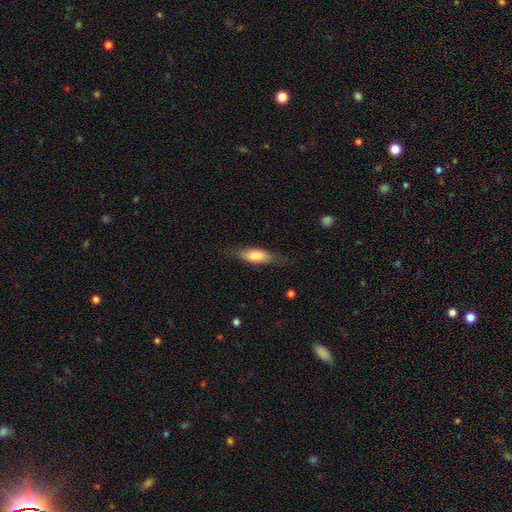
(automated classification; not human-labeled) Smooth or featured?
  - smooth: 77% *
  - featured or disk: 17%
  - star or artifact: 6%
How rounded?
  - in between: 61% *
  - cigar-shaped: 36%
  - round: 2%
Merging?
  - none: 74% *
  - minor disturbance: 19%
  - major disturbance: 6%
  - merger: 1%